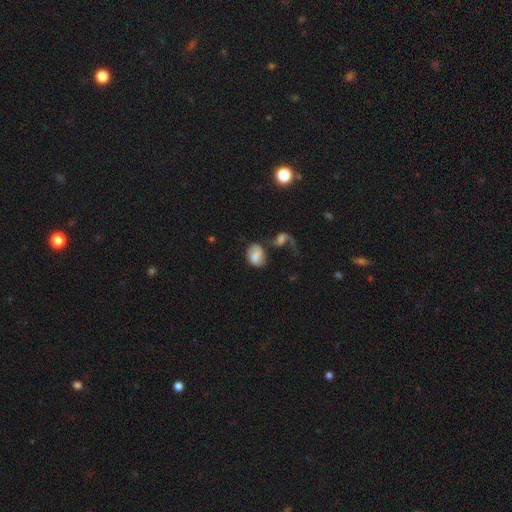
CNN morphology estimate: This is likely a smooth galaxy (60%). How rounded: likely in between (62%). Merging: marginally none (37%).